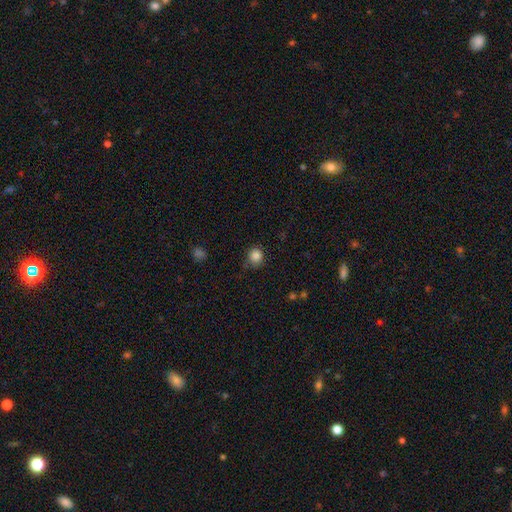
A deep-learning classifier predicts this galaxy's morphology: Q: Smooth or featured?
A: smooth (85%); runner-up: star or artifact (11%)
Q: How rounded?
A: round (87%); runner-up: in between (12%)
Q: Merging?
A: none (77%); runner-up: minor disturbance (17%)